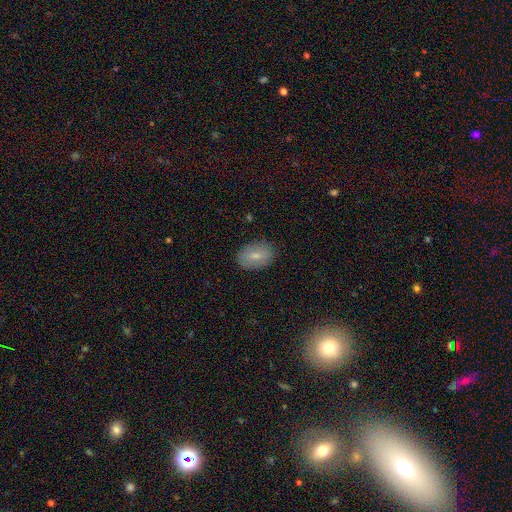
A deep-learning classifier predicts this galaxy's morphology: A smooth galaxy with no disk features (73%) that is in between round and cigar-shaped (85%). Merging: none (86%).